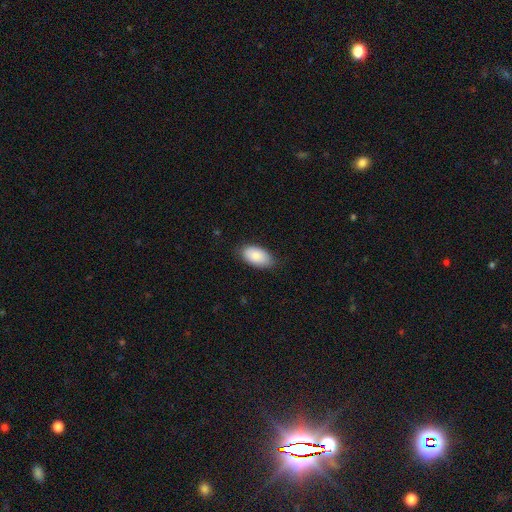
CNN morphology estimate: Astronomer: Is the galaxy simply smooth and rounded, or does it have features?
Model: smooth — 85%.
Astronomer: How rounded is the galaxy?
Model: in between — 95%.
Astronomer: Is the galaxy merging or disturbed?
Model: none — 81%.